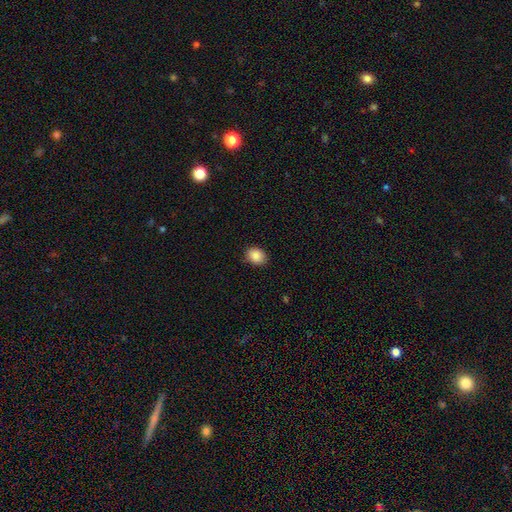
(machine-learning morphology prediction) type=smooth (88%); roundness=in between (55%); merging=none (86%).